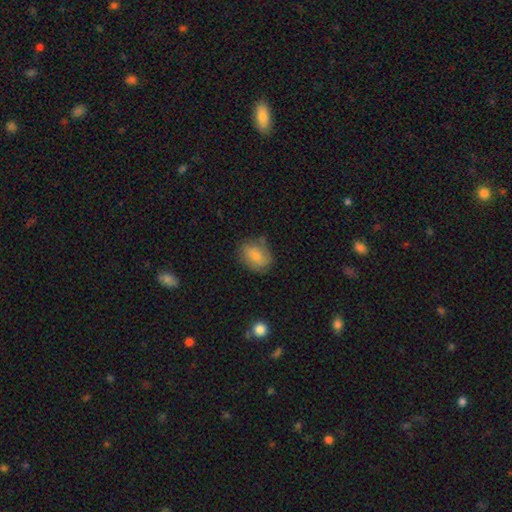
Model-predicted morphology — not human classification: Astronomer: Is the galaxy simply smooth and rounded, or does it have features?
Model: smooth — 74%.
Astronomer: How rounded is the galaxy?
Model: in between — 69%.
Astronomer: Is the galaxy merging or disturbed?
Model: none — 63%.